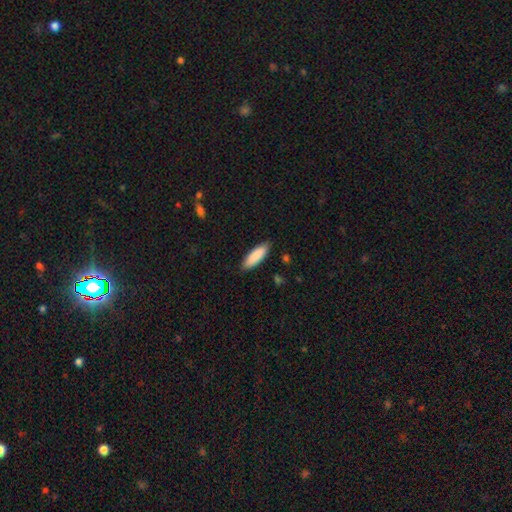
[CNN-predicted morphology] Q: Smooth or featured?
A: smooth (88%); runner-up: featured or disk (6%)
Q: How rounded?
A: in between (57%); runner-up: cigar-shaped (42%)
Q: Merging?
A: none (86%); runner-up: minor disturbance (11%)